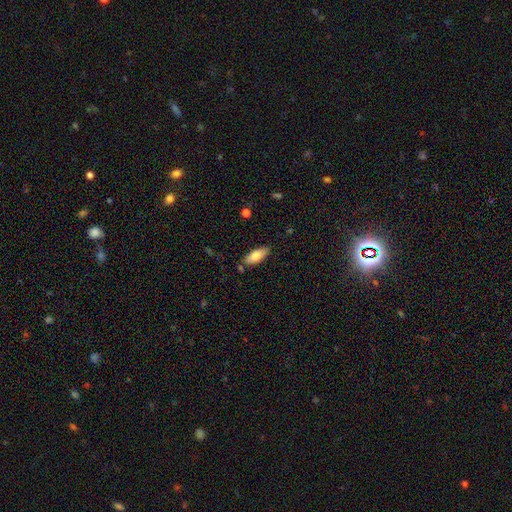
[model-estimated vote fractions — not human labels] This is likely a smooth galaxy (76%). How rounded: likely in between (77%). Merging: likely none (80%).